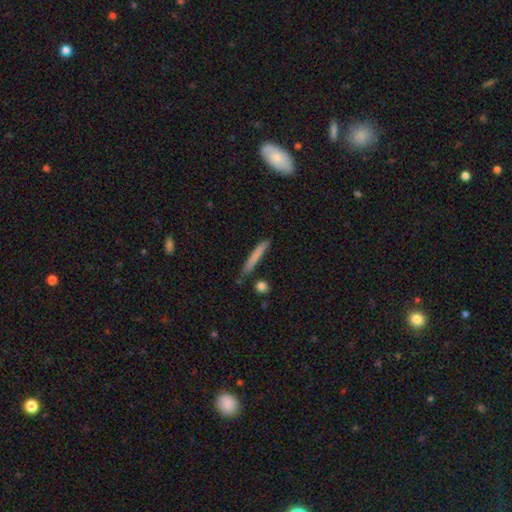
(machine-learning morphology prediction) This appears to be a smooth galaxy with no disk features (74%) that is cigar-shaped (95%). Merging: none (79%).